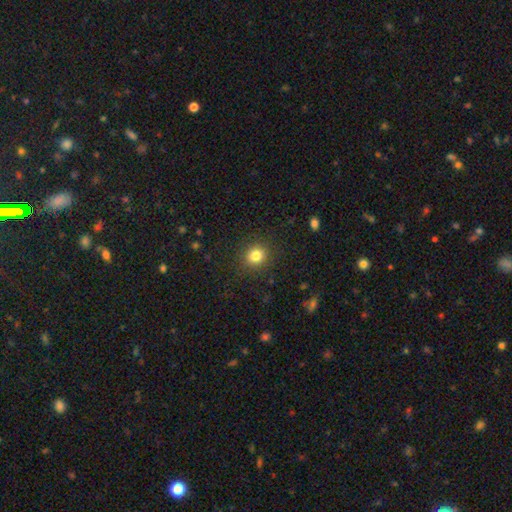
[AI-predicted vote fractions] Smooth or featured: smooth — 82% (star or artifact — 12%)
How rounded: round — 86% (in between — 13%)
Merging: none — 89% (minor disturbance — 7%)